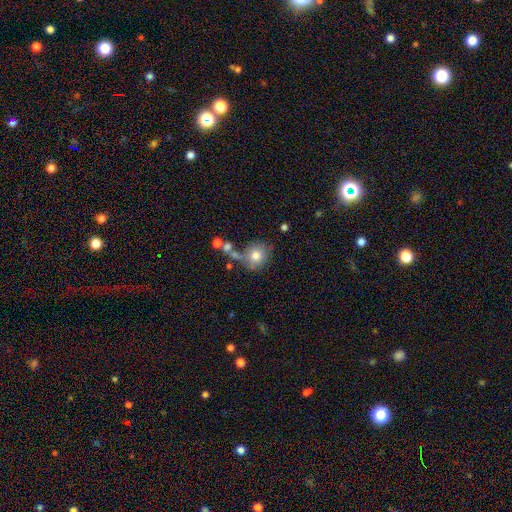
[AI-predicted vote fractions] A smooth galaxy with no disk features (75%) that is round (83%).

Vote fractions:
- Smooth or featured? smooth: 75% / featured or disk: 14% / star or artifact: 11%
- How rounded? round: 83% / in between: 15% / cigar-shaped: 1%
- Merging? none: 56% / merger: 19% / minor disturbance: 16% / major disturbance: 9%